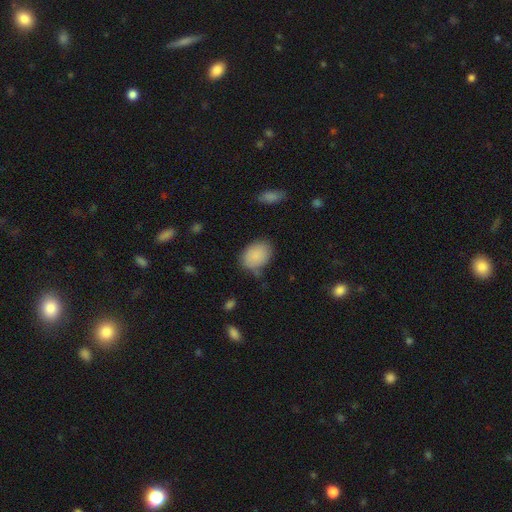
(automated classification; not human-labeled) This is clearly a smooth galaxy (87%). How rounded: likely in between (77%). Merging: likely none (68%).